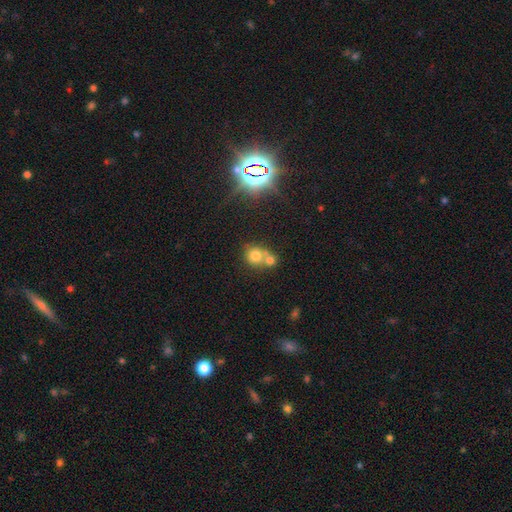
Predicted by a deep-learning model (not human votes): The model was most divided on "merging": merger: 53%, none: 37%, minor disturbance: 7%, major disturbance: 3%. More confident: how rounded — round (83%); smooth or featured — smooth (73%).